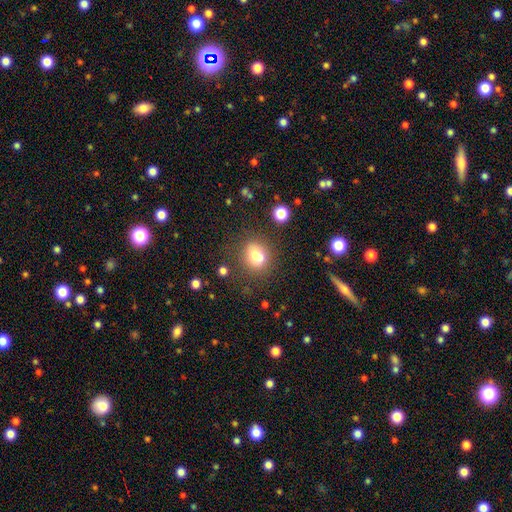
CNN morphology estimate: This is likely a smooth galaxy (74%). How rounded: likely round (64%). Merging: possibly none (58%).